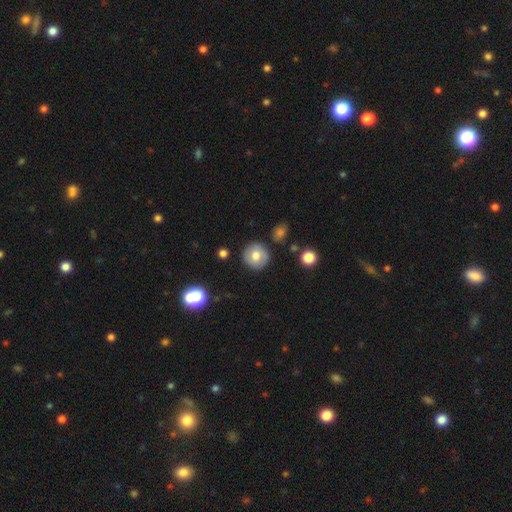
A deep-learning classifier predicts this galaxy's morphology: A smooth galaxy with no disk features (69%) that is round (92%). Merging: none (87%).